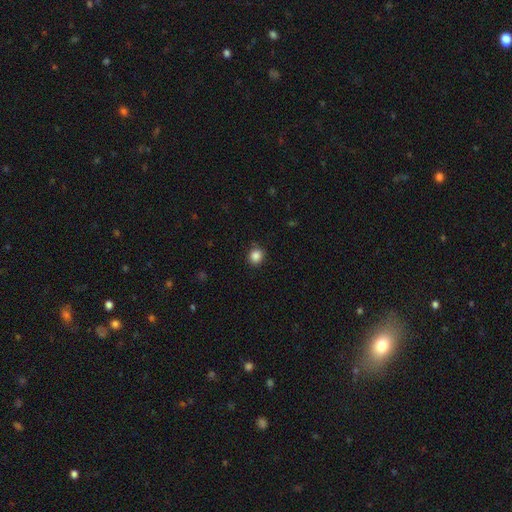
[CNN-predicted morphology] smooth_or_featured: smooth (p=0.86) [alt: star or artifact p=0.11]
how_rounded: round (p=0.84) [alt: in between p=0.16]
merging: none (p=0.87) [alt: minor disturbance p=0.10]